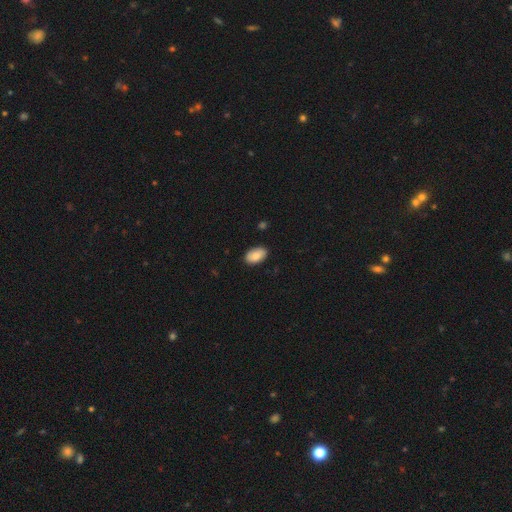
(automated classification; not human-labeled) The model was most divided on "smooth or featured": smooth: 83%, featured or disk: 10%, star or artifact: 7%. More confident: how rounded — in between (94%); merging — none (87%).